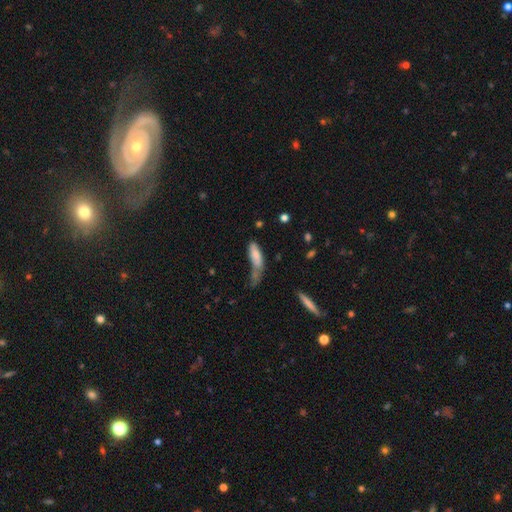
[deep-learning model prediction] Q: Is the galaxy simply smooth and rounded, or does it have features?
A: smooth — 74%.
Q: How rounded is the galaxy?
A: in between — 55%.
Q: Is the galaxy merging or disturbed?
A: merger — 28%.